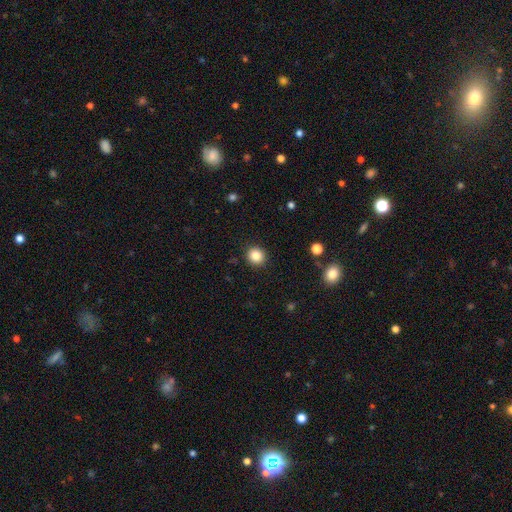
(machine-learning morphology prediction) Smooth or featured: smooth — 85% (star or artifact — 10%)
How rounded: round — 88% (in between — 11%)
Merging: none — 91% (minor disturbance — 6%)